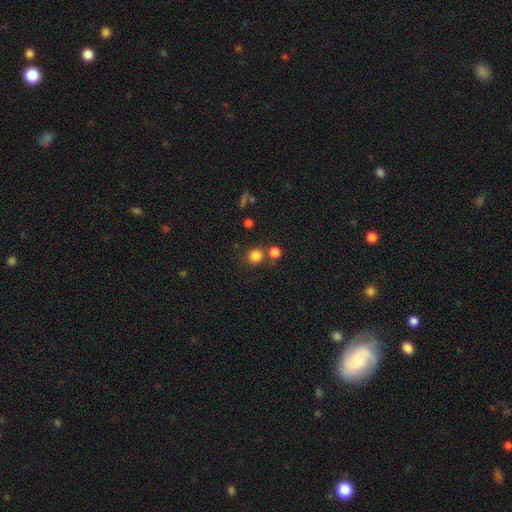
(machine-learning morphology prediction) This appears to be a smooth galaxy with no disk features (82%) that is round (87%). Merging: none (70%).